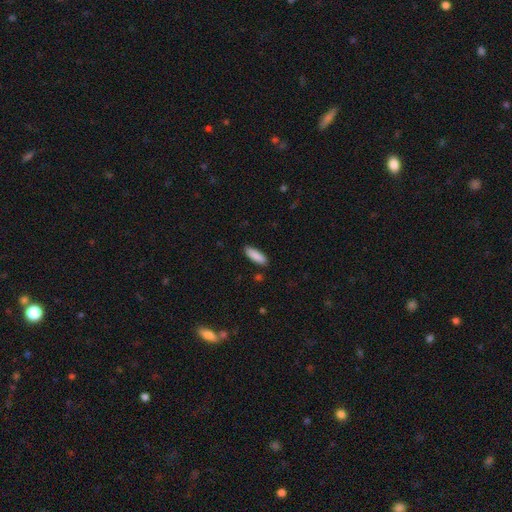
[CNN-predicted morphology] A smooth galaxy with no disk features (89%) that is in between round and cigar-shaped (51%). Merging: none (88%).